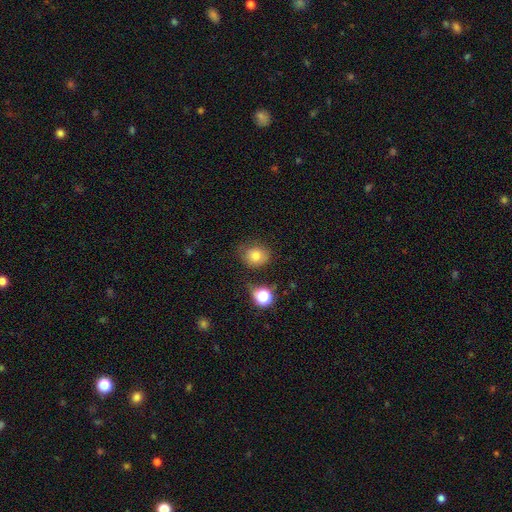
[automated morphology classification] Smooth or featured?
  - smooth: 79% *
  - star or artifact: 13%
  - featured or disk: 8%
How rounded?
  - round: 65% *
  - in between: 34%
  - cigar-shaped: 1%
Merging?
  - none: 71% *
  - minor disturbance: 19%
  - major disturbance: 5%
  - merger: 4%